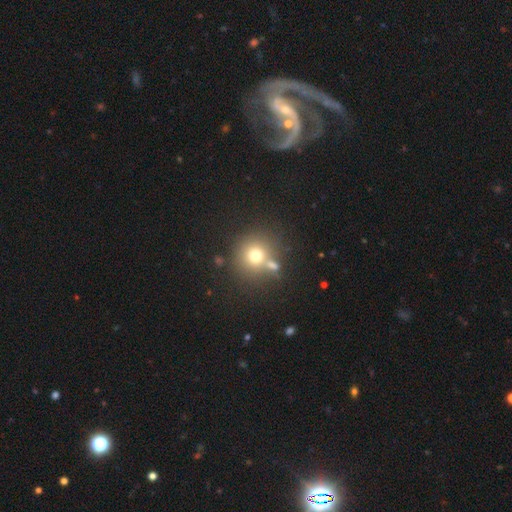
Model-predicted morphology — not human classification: A smooth galaxy with no disk features (70%) that is round (90%).

Vote fractions:
- Smooth or featured? smooth: 70% / star or artifact: 16% / featured or disk: 14%
- How rounded? round: 90% / in between: 9% / cigar-shaped: 1%
- Merging? none: 64% / merger: 22% / minor disturbance: 10% / major disturbance: 5%